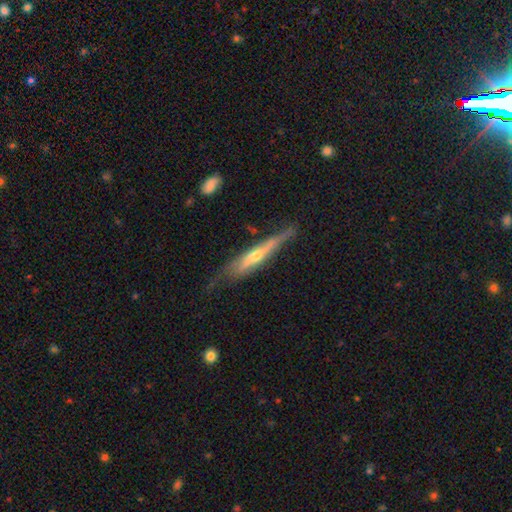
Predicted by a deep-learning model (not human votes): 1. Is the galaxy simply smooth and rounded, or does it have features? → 69% featured or disk, 25% smooth, 6% star or artifact.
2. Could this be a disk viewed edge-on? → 89% yes, 11% no.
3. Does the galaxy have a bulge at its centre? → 75% rounded, 19% none, 6% boxy.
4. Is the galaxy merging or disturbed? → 57% none, 29% minor disturbance, 11% major disturbance, 3% merger.